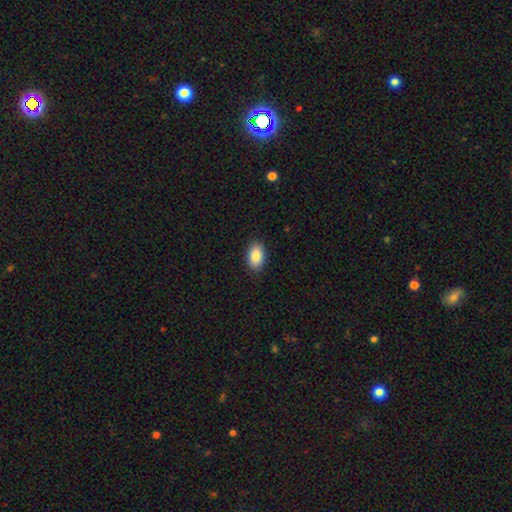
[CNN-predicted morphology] smooth_or_featured: smooth (p=0.88) [alt: star or artifact p=0.07]
how_rounded: in between (p=0.91) [alt: round p=0.07]
merging: none (p=0.89) [alt: minor disturbance p=0.08]